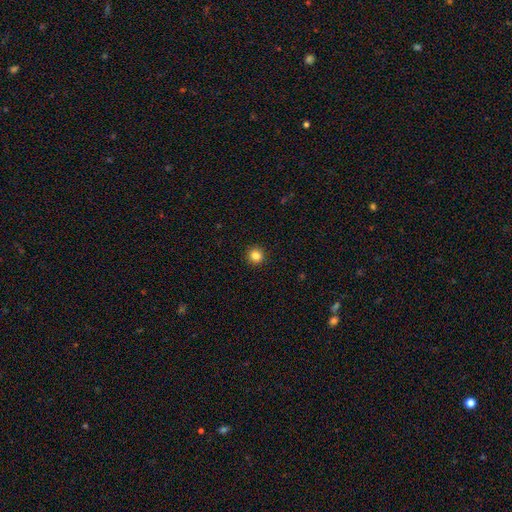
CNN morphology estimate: A smooth galaxy with no disk features (84%) that is round (94%).

Vote fractions:
- Smooth or featured? smooth: 84% / star or artifact: 11% / featured or disk: 4%
- How rounded? round: 94% / in between: 5% / cigar-shaped: 1%
- Merging? none: 93% / minor disturbance: 5% / major disturbance: 2% / merger: 1%